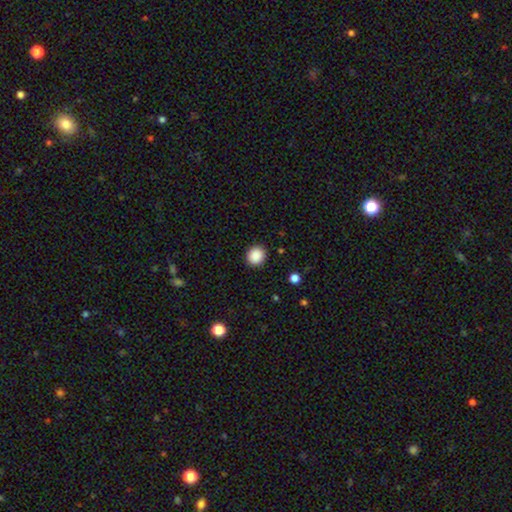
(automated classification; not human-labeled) Smooth or featured?
  - smooth: 89% *
  - star or artifact: 9%
  - featured or disk: 2%
How rounded?
  - round: 83% *
  - in between: 16%
  - cigar-shaped: 1%
Merging?
  - none: 91% *
  - minor disturbance: 6%
  - major disturbance: 2%
  - merger: 1%